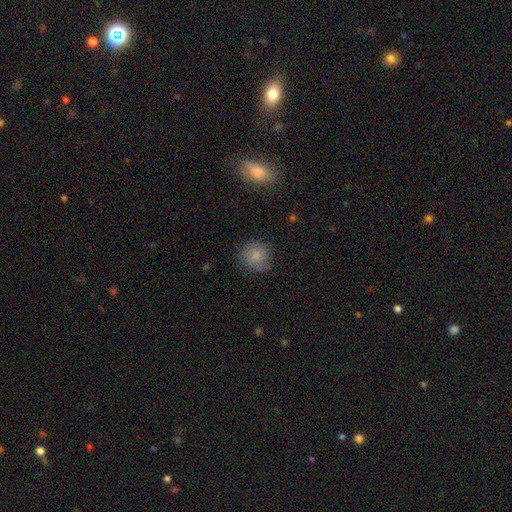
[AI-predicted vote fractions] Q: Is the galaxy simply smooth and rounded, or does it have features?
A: smooth — 81%.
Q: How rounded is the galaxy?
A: round — 89%.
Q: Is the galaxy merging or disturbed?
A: none — 77%.